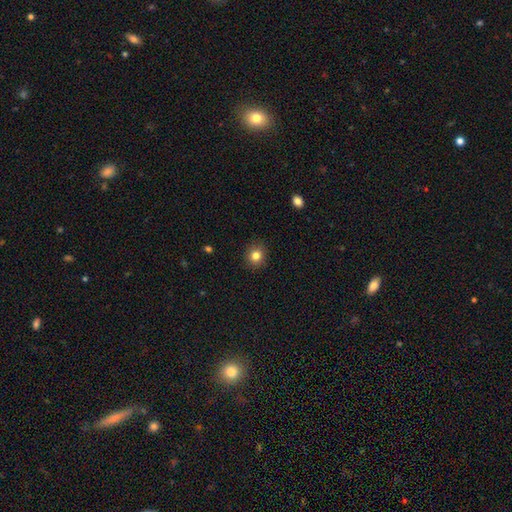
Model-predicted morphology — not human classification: Smooth or featured: smooth — 82% (star or artifact — 11%)
How rounded: round — 85% (in between — 14%)
Merging: none — 90% (minor disturbance — 7%)